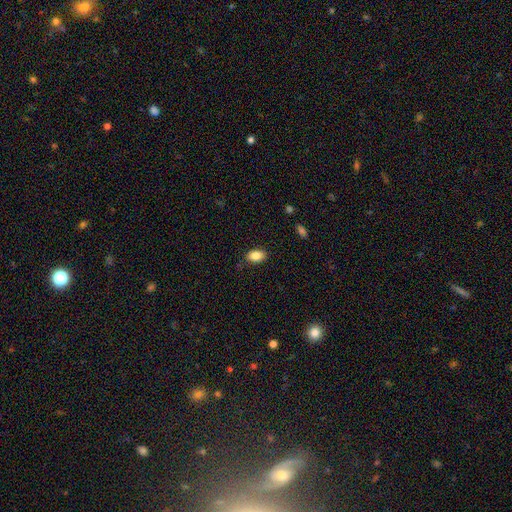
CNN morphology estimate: smooth_or_featured: smooth (p=0.86) [alt: star or artifact p=0.08]
how_rounded: in between (p=0.88) [alt: round p=0.11]
merging: none (p=0.84) [alt: minor disturbance p=0.12]